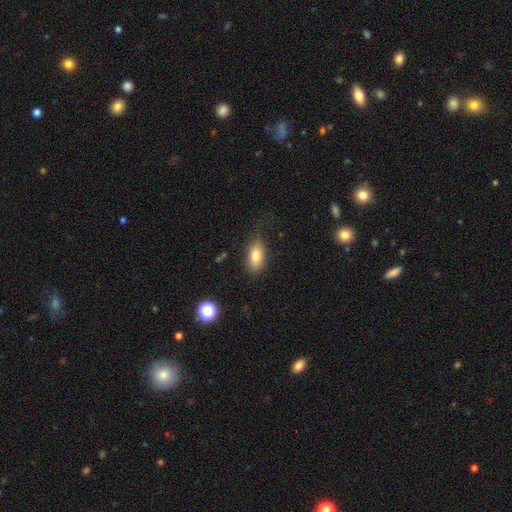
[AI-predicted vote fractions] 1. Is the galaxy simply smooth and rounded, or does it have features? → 80% smooth, 11% featured or disk, 8% star or artifact.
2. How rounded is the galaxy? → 88% in between, 6% round, 5% cigar-shaped.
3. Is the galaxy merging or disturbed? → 72% none, 19% minor disturbance, 7% major disturbance, 2% merger.